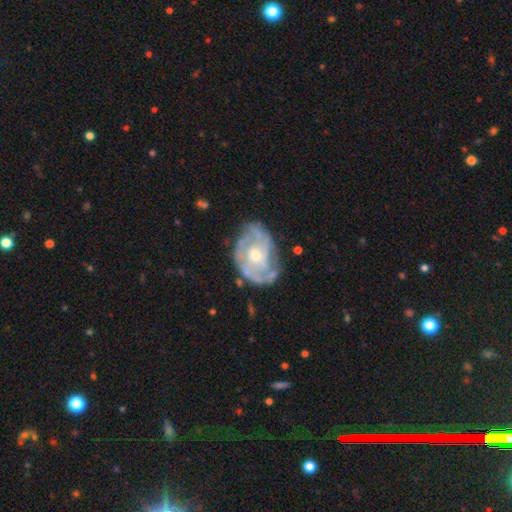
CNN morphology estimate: A featured or disk galaxy (82%) with no bar (73%), tight (52%) spiral arms (83%) and a moderate central bulge (51%).

Vote fractions:
- Smooth or featured? featured or disk: 82% / smooth: 13% / star or artifact: 5%
- Edge-on disk? no: 97% / yes: 3%
- Bar? no: 73% / weak: 22% / strong: 5%
- Spiral arms? yes: 83% / no: 17%
- Spiral winding? tight: 52% / medium: 36% / loose: 12%
- Spiral arm count? can't tell: 36% / 2: 35% / 3: 15% / 1: 6% / 4: 5% / more than 4: 4%
- Bulge size? moderate: 51% / small: 45% / large: 2% / none: 1% / dominant: 1%
- Merging? none: 63% / minor disturbance: 23% / major disturbance: 11% / merger: 3%